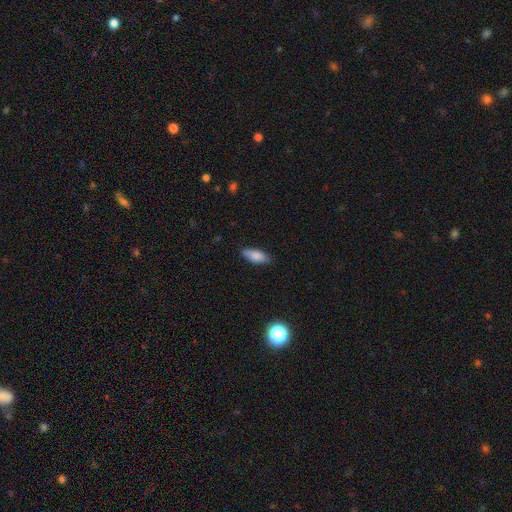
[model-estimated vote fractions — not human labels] Smooth or featured?
  - smooth: 84% *
  - featured or disk: 9%
  - star or artifact: 7%
How rounded?
  - in between: 75% *
  - cigar-shaped: 22%
  - round: 2%
Merging?
  - none: 82% *
  - minor disturbance: 14%
  - major disturbance: 2%
  - merger: 1%